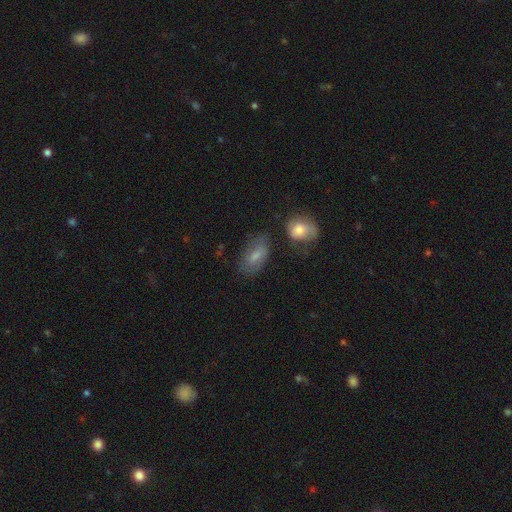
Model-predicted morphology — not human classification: Smooth or featured: smooth — 70% (featured or disk — 21%)
How rounded: in between — 90% (round — 6%)
Merging: none — 56% (minor disturbance — 24%)